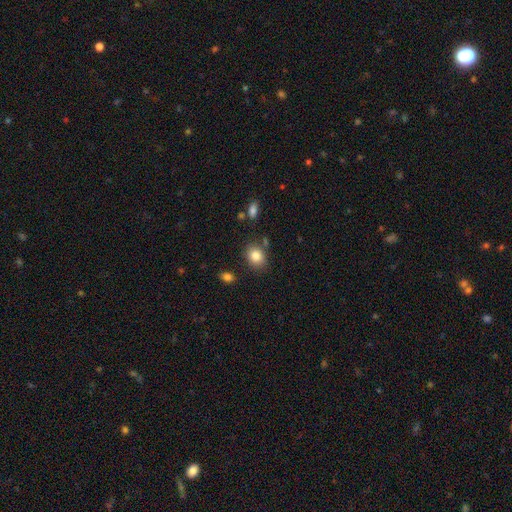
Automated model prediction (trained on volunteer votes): smooth 84%, star or artifact 9%, featured or disk 7%. Down the decision tree: how rounded — in between (58%); merging — none (78%).